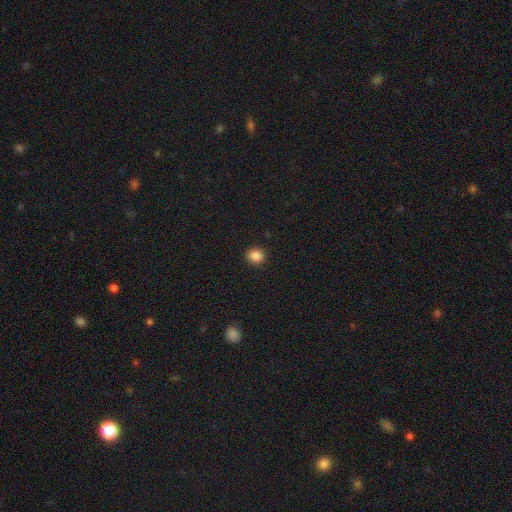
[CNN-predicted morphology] Smooth or featured?
  - smooth: 86% *
  - star or artifact: 11%
  - featured or disk: 3%
How rounded?
  - round: 83% *
  - in between: 16%
  - cigar-shaped: 1%
Merging?
  - none: 92% *
  - minor disturbance: 5%
  - major disturbance: 2%
  - merger: 1%